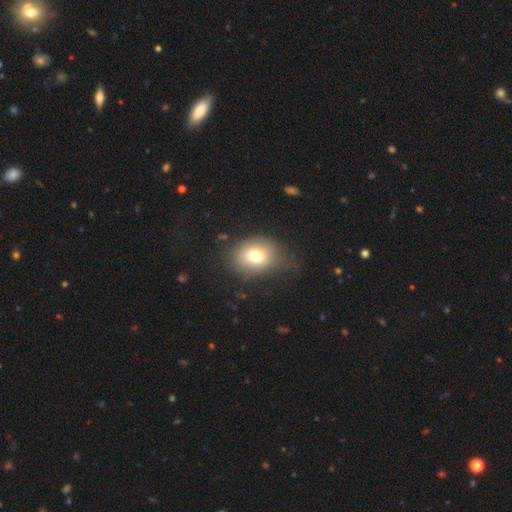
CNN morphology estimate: Overall: smooth (72%). How rounded: in between (56%; round 43%). Merging: none (67%).